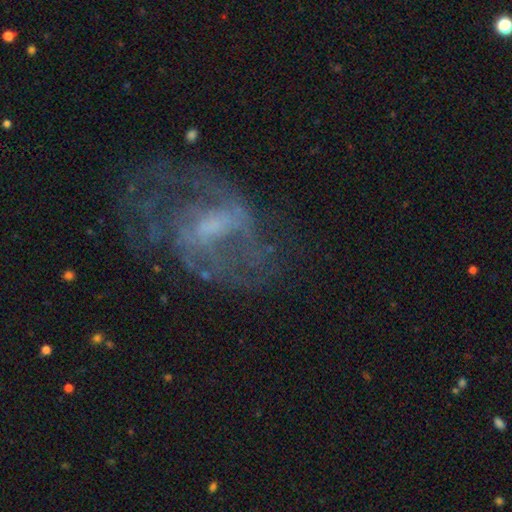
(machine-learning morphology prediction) Smooth or featured? featured or disk (77%)
Edge-on disk? no (96%)
Bar? weak (50%)
Spiral arms? yes (77%)
Spiral winding? medium (43%)
Spiral arm count? 2 (46%)
Bulge size? small (40%)
Merging? none (54%)